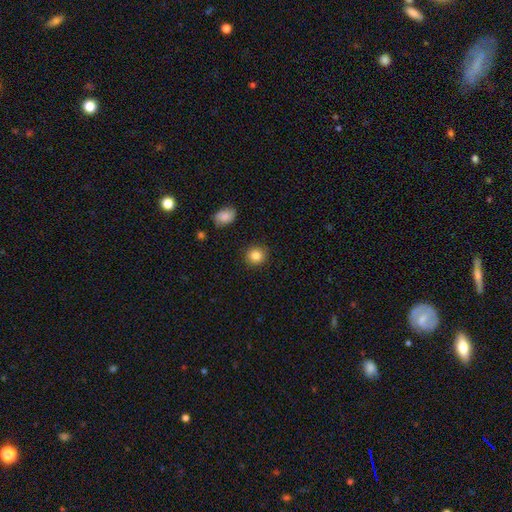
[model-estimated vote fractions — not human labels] Smooth or featured? Predicted: smooth (p=0.85). How rounded? Predicted: round (p=0.87). Merging? Predicted: none (p=0.90).